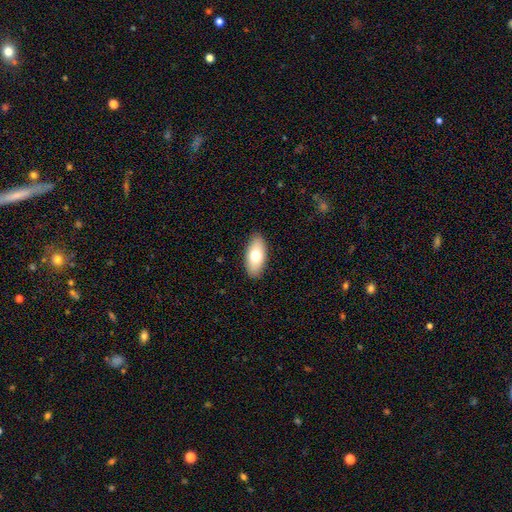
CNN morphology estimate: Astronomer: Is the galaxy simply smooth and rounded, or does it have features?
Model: smooth — 71%.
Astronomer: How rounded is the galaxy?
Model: in between — 91%.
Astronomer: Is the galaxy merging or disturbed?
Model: none — 89%.